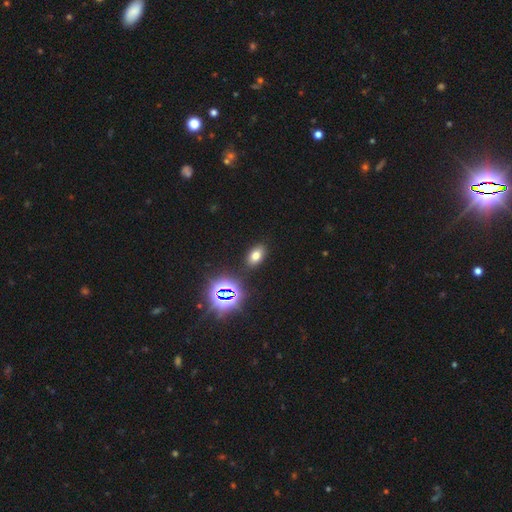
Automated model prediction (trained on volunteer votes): smooth-or-featured: smooth: 67% | star or artifact: 24% | featured or disk: 9%
  how-rounded: in between: 87% | round: 11% | cigar-shaped: 2%
  merging: none: 87% | minor disturbance: 8% | major disturbance: 3% | merger: 2%